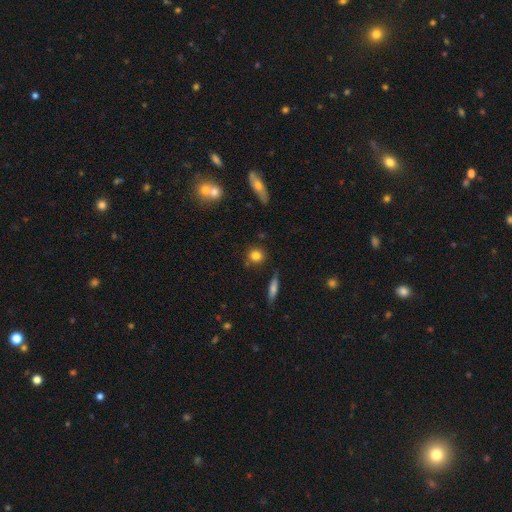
smooth 81%, featured or disk 14%, star or artifact 5%. Down the decision tree: how rounded — round (77%); merging — none (80%).